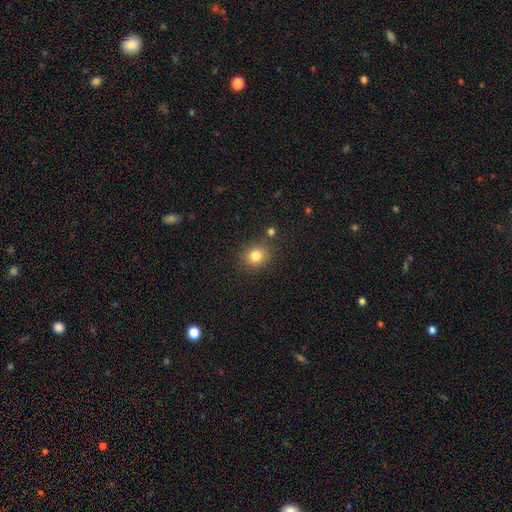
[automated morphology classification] smooth 82%, star or artifact 12%, featured or disk 6%. Down the decision tree: how rounded — round (82%); merging — none (82%).